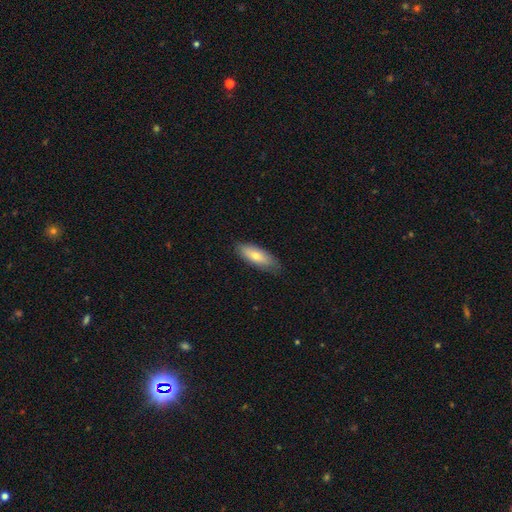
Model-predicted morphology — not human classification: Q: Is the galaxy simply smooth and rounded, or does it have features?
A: smooth — 72%.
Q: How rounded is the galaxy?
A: in between — 66%.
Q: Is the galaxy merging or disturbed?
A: none — 81%.